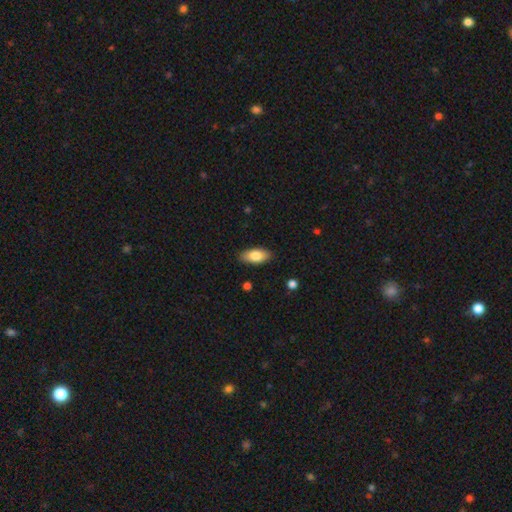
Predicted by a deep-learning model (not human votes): smooth 82%, featured or disk 12%, star or artifact 6%. Down the decision tree: how rounded — in between (90%); merging — none (87%).